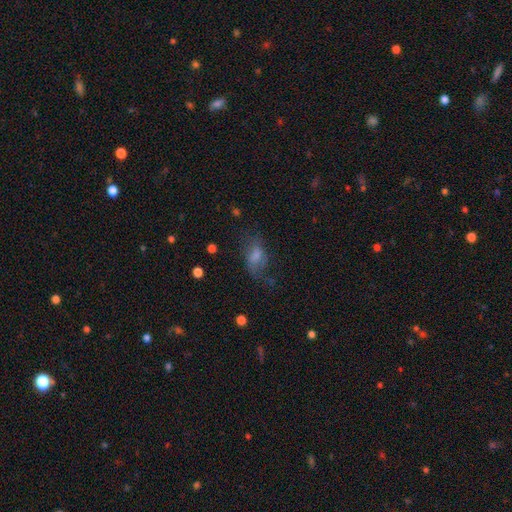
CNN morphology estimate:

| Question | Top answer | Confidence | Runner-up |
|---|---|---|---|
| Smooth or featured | smooth | 56% | featured or disk (31%) |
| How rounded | in between | 85% | round (9%) |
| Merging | none | 41% | major disturbance (32%) |